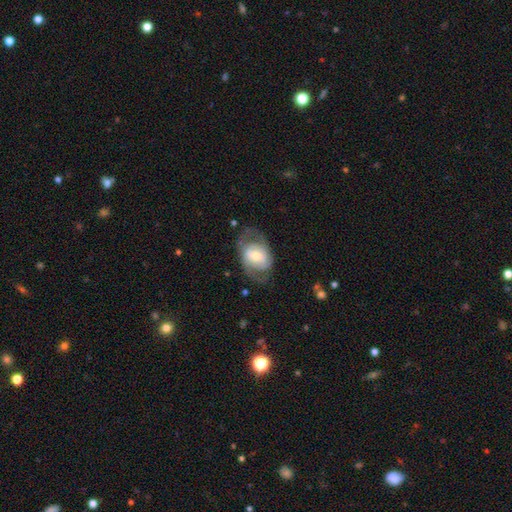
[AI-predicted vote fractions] Smooth or featured? Predicted: featured or disk (p=0.66). Edge-on disk? Predicted: no (p=0.95). Bar? Predicted: no (p=0.47). Spiral arms? Predicted: yes (p=0.74). Bulge size? Predicted: moderate (p=0.55). Merging? Predicted: none (p=0.63).